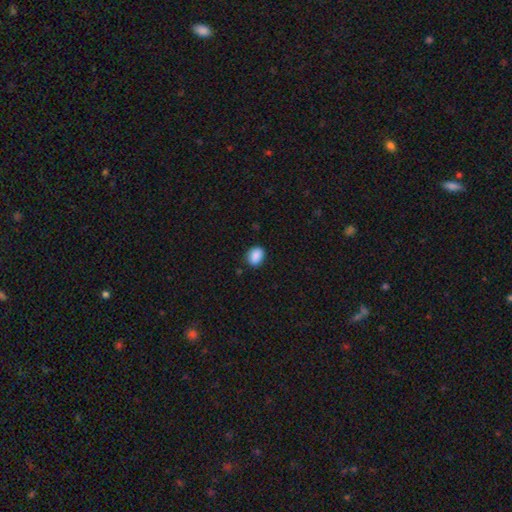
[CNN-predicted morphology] The model was most divided on "how rounded": in between: 63%, round: 36%, cigar-shaped: 1%. More confident: smooth or featured — smooth (89%); merging — none (84%).